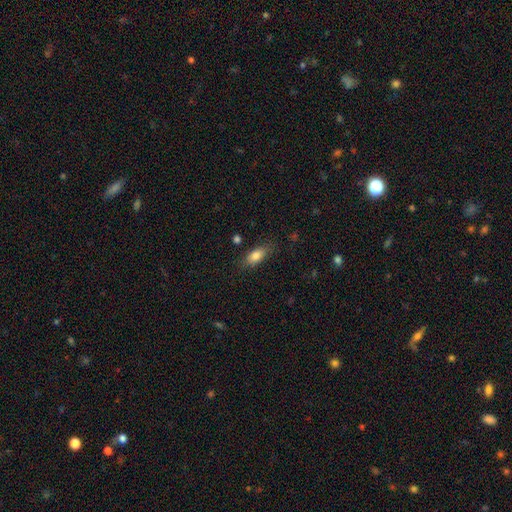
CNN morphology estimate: smooth-or-featured: smooth: 81% | featured or disk: 11% | star or artifact: 8%
  how-rounded: in between: 82% | cigar-shaped: 14% | round: 4%
  merging: none: 79% | minor disturbance: 15% | major disturbance: 4% | merger: 2%